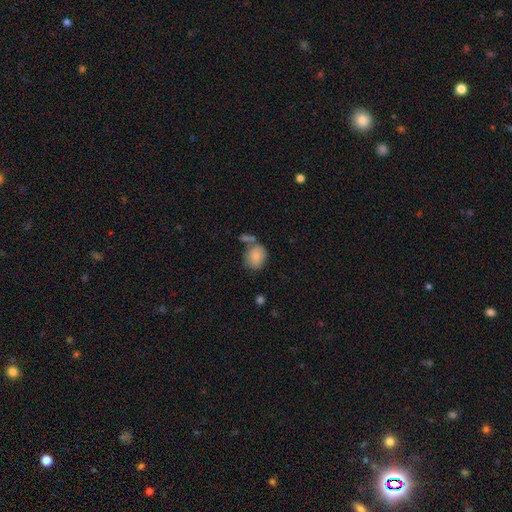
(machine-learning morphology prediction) This appears to be a smooth galaxy with no disk features (84%) that is in between round and cigar-shaped (50%). Merging: none (53%).